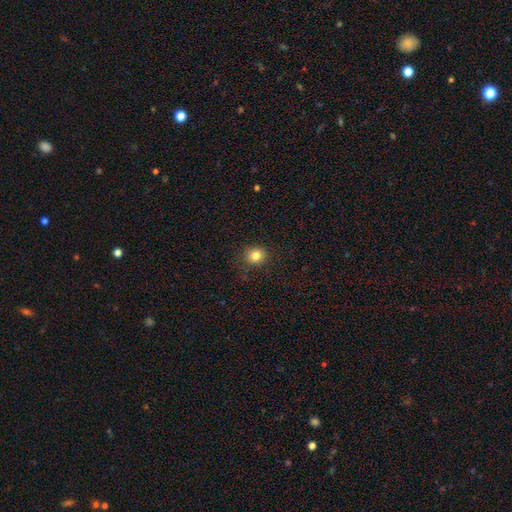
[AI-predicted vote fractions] Smooth or featured? Predicted: smooth (p=0.82). How rounded? Predicted: round (p=0.85). Merging? Predicted: none (p=0.88).